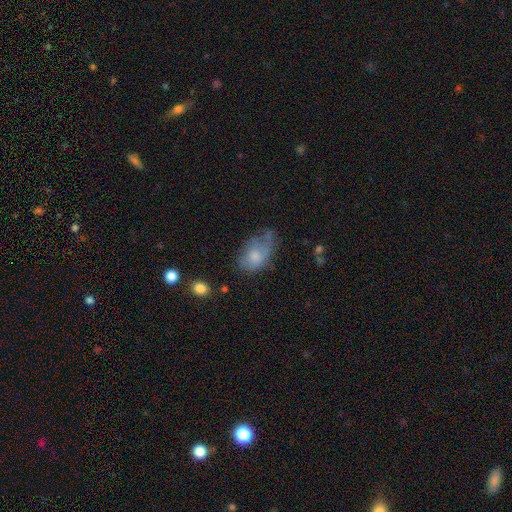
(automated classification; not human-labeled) A smooth galaxy with no disk features (60%) that is in between round and cigar-shaped (87%). Merging: none (37%).